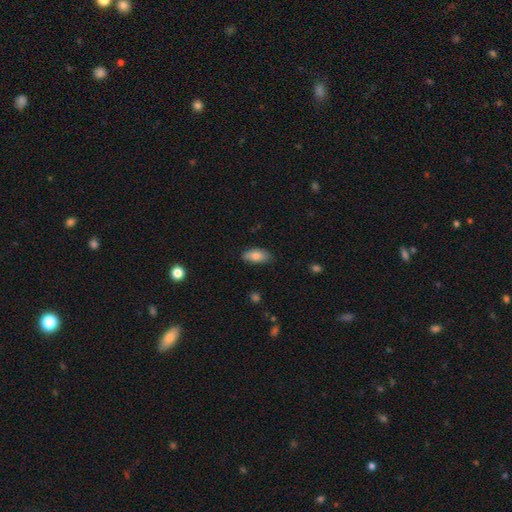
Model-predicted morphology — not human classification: A smooth galaxy with no disk features (82%) that is in between round and cigar-shaped (91%).

Vote fractions:
- Smooth or featured? smooth: 82% / featured or disk: 11% / star or artifact: 7%
- How rounded? in between: 91% / cigar-shaped: 6% / round: 3%
- Merging? none: 76% / minor disturbance: 20% / major disturbance: 3% / merger: 1%